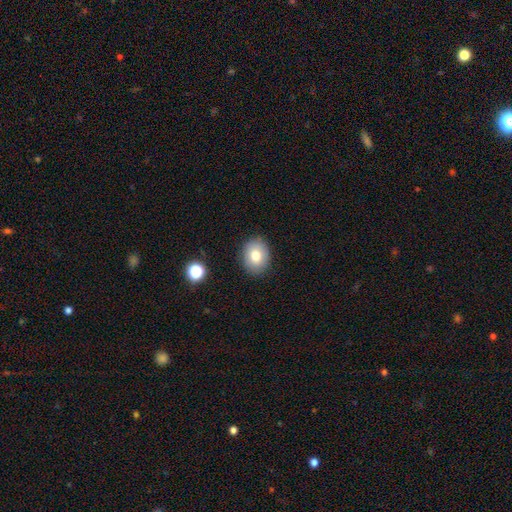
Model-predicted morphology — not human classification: Q: Smooth or featured?
A: smooth (77%); runner-up: featured or disk (14%)
Q: How rounded?
A: in between (55%); runner-up: round (45%)
Q: Merging?
A: none (87%); runner-up: minor disturbance (9%)